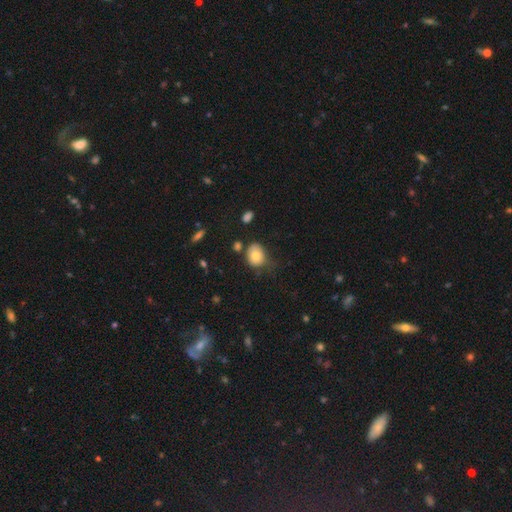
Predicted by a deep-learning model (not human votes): The model was most divided on "how rounded": round: 53%, in between: 46%, cigar-shaped: 1%. More confident: smooth or featured — smooth (77%); merging — none (53%).